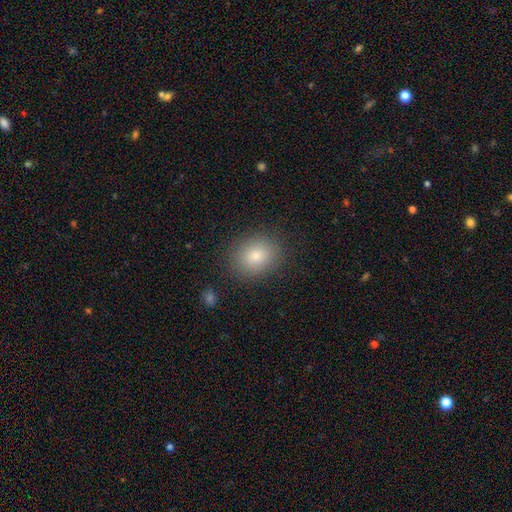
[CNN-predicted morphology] Smooth or featured?
  - smooth: 81% *
  - star or artifact: 11%
  - featured or disk: 8%
How rounded?
  - round: 57% *
  - in between: 42%
  - cigar-shaped: 1%
Merging?
  - none: 88% *
  - minor disturbance: 8%
  - major disturbance: 3%
  - merger: 1%